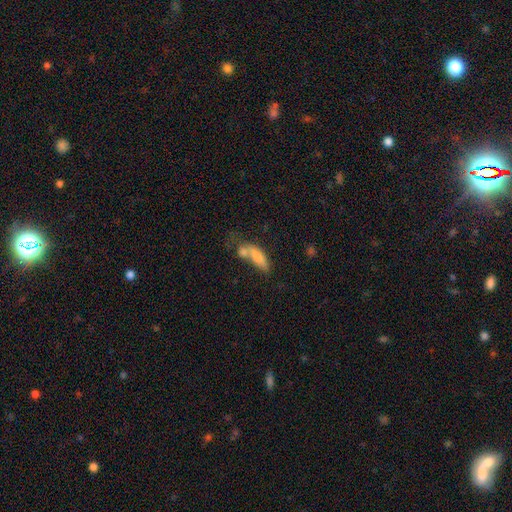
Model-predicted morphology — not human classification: A smooth galaxy with no disk features (77%) that is in between round and cigar-shaped (54%). Merging: merger (40%).